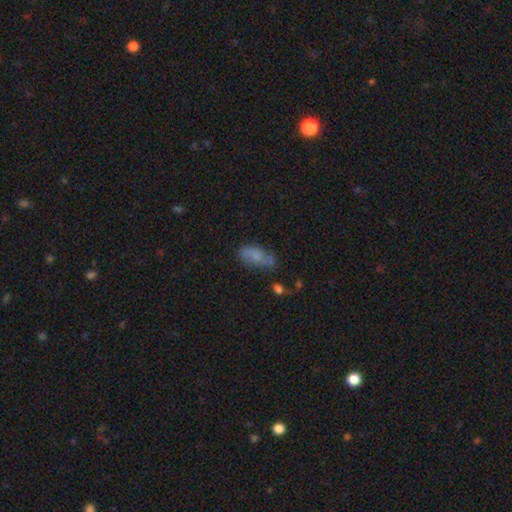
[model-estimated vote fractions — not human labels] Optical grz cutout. It shows a smooth galaxy with no disk features (58%) that is in between round and cigar-shaped (78%). Merging: none (56%).